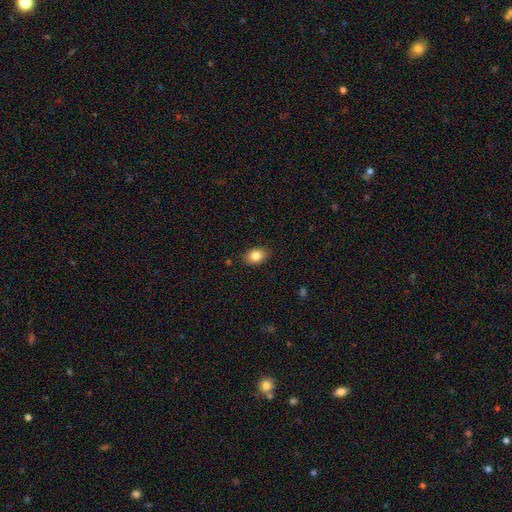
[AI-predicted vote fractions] Morphology: type=smooth (84%); roundness=in between (77%); merging=none (87%).